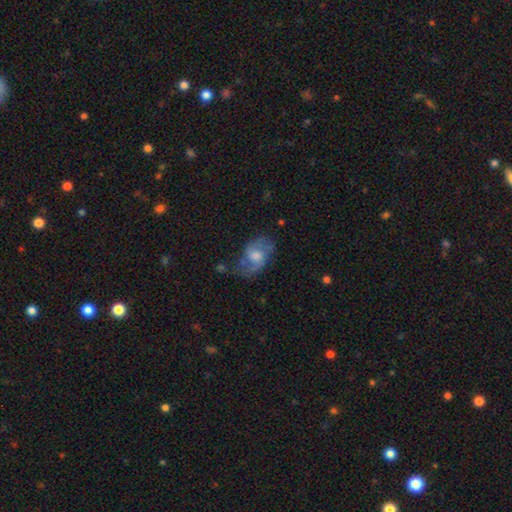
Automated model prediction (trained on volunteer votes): Morphology: type=featured or disk (66%); edge-on=no (96%); bar=no (52%); spiral arms=yes (87%); winding=medium (45%); arm count=2 (83%); bulge=moderate (54%); merging=none (57%).